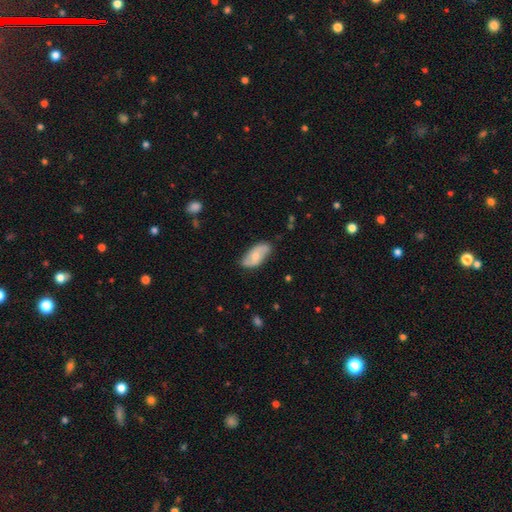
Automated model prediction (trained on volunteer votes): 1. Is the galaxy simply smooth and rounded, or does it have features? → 49% smooth, 45% featured or disk, 6% star or artifact.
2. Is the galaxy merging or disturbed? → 76% none, 19% minor disturbance, 4% major disturbance, 1% merger.